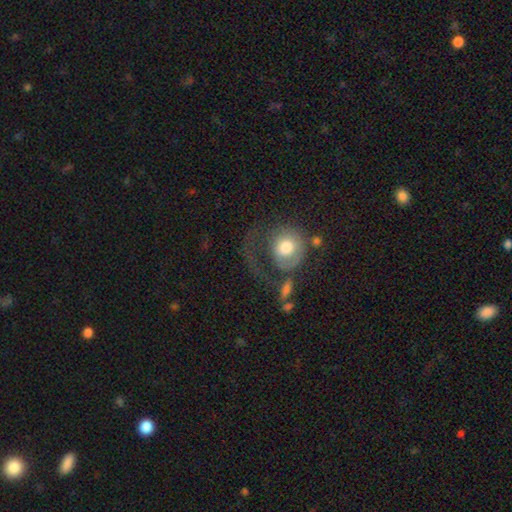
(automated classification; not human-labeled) Smooth or featured? Predicted: smooth (p=0.42). Merging? Predicted: none (p=0.43).